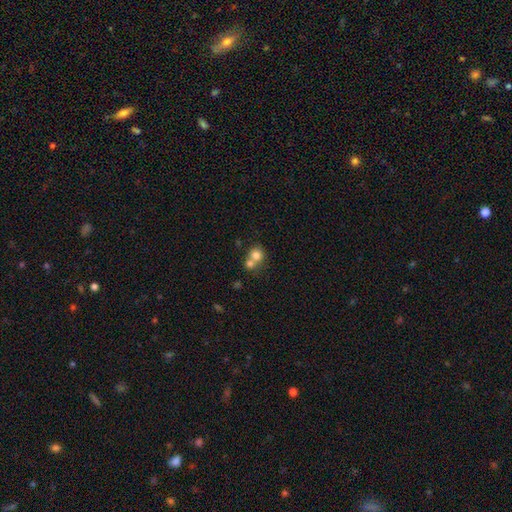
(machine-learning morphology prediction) Smooth or featured: smooth — 77% (featured or disk — 12%)
How rounded: round — 83% (in between — 16%)
Merging: merger — 54% (none — 37%)